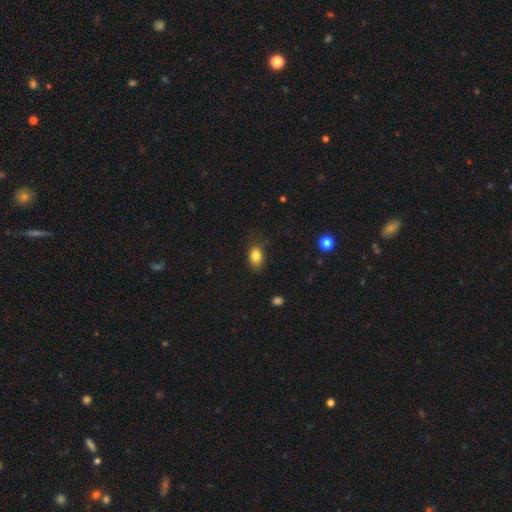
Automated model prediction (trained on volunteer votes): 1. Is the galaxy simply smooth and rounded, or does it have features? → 83% smooth, 10% star or artifact, 7% featured or disk.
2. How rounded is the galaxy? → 79% in between, 20% round, 2% cigar-shaped.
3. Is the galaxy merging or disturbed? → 69% none, 23% minor disturbance, 6% major disturbance, 1% merger.